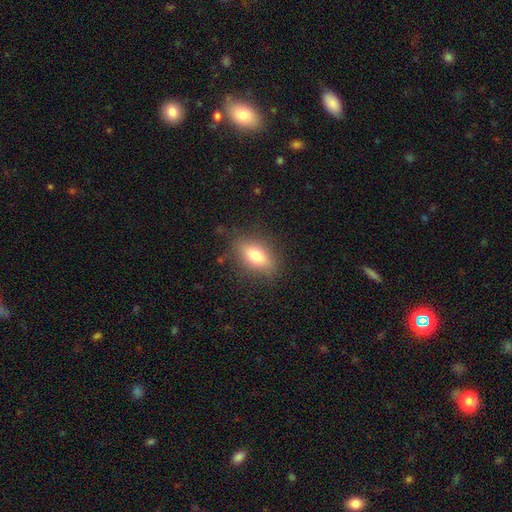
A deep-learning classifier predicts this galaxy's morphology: Smooth or featured? Predicted: smooth (p=0.76). How rounded? Predicted: in between (p=0.83). Merging? Predicted: none (p=0.79).